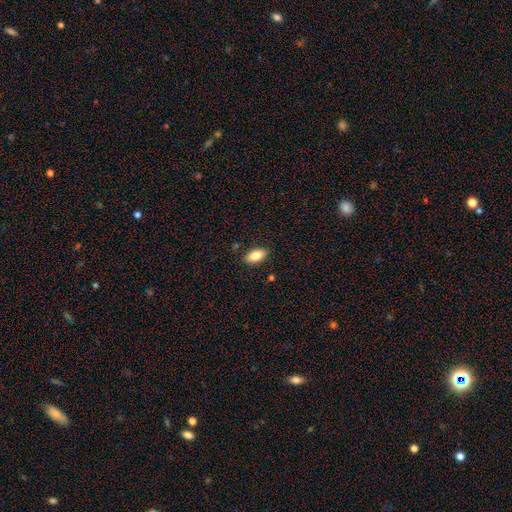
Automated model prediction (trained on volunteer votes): Smooth or featured? Predicted: smooth (p=0.83). How rounded? Predicted: in between (p=0.93). Merging? Predicted: none (p=0.87).